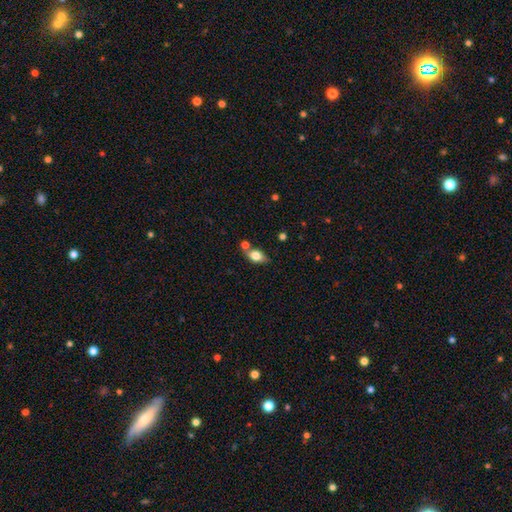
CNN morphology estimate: Smooth or featured? smooth (78%)
How rounded? in between (84%)
Merging? none (63%)